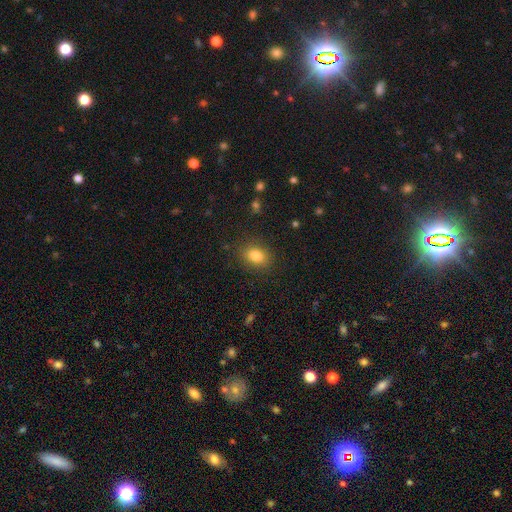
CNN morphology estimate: Smooth or featured? Predicted: smooth (p=0.83). How rounded? Predicted: in between (p=0.75). Merging? Predicted: none (p=0.86).